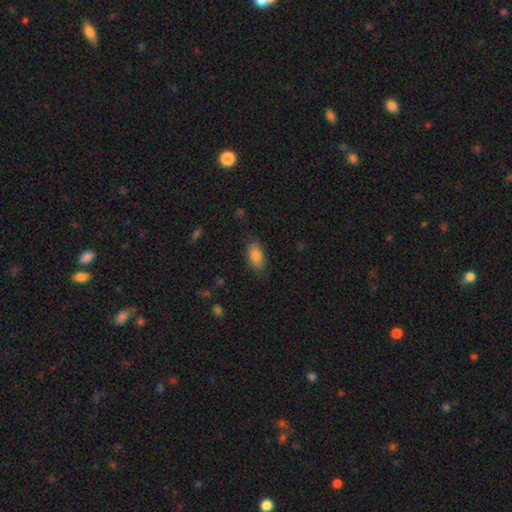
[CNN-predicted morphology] The model was most divided on "merging": none: 83%, minor disturbance: 12%, major disturbance: 3%, merger: 1%. More confident: how rounded — in between (91%); smooth or featured — smooth (86%).